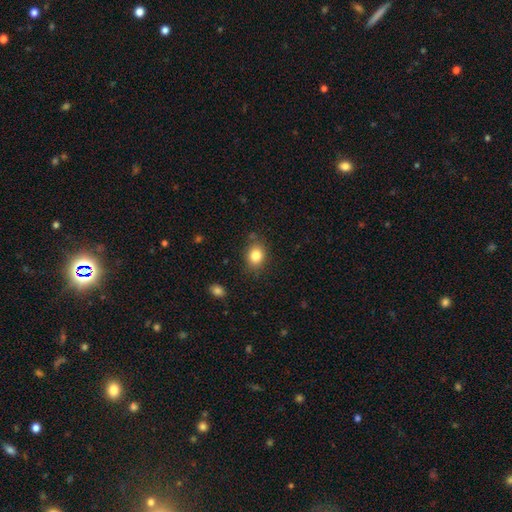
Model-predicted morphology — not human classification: This is clearly a smooth galaxy (83%). How rounded: possibly round (50%). Merging: clearly none (81%).